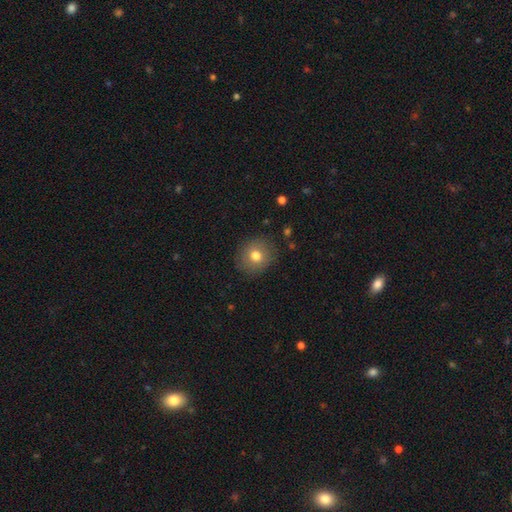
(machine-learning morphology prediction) Q: Smooth or featured?
A: smooth (75%); runner-up: featured or disk (14%)
Q: How rounded?
A: round (80%); runner-up: in between (19%)
Q: Merging?
A: none (85%); runner-up: minor disturbance (10%)